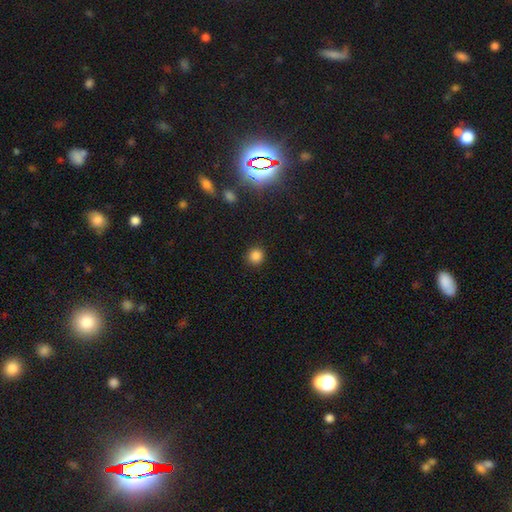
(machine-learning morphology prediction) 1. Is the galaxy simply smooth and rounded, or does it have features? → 83% smooth, 13% star or artifact, 4% featured or disk.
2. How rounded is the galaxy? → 91% round, 8% in between, 1% cigar-shaped.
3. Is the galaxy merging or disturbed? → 90% none, 7% minor disturbance, 2% major disturbance, 1% merger.